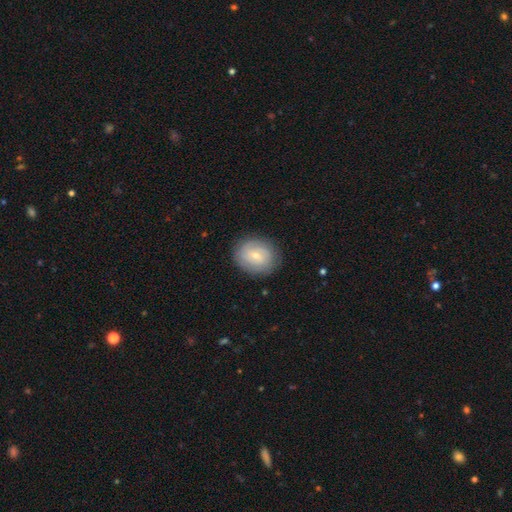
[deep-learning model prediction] smooth-or-featured: smooth: 52% | featured or disk: 40% | star or artifact: 7%
  how-rounded: round: 66% | in between: 33% | cigar-shaped: 1%
  merging: none: 84% | minor disturbance: 11% | major disturbance: 4% | merger: 1%